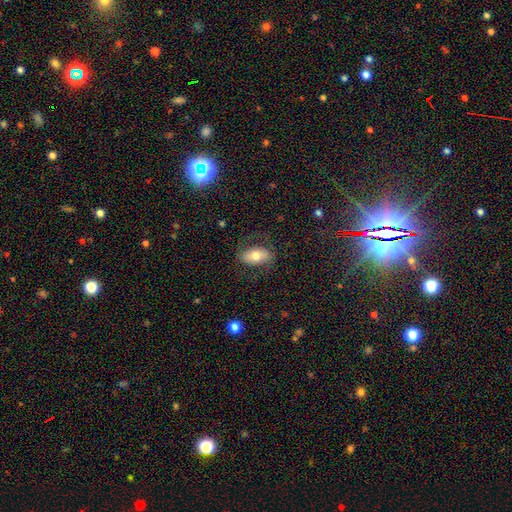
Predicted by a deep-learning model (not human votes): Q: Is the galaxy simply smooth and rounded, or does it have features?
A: smooth — 65%.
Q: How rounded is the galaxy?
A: in between — 91%.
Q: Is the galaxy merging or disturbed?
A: none — 73%.